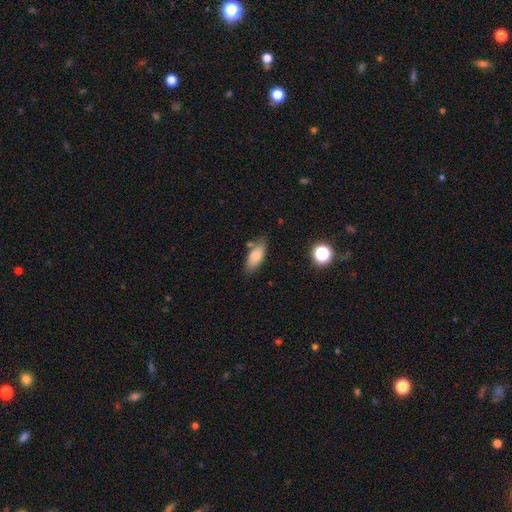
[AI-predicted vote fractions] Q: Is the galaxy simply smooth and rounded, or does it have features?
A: smooth — 82%.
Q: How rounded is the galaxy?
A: in between — 81%.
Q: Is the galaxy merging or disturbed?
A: none — 73%.